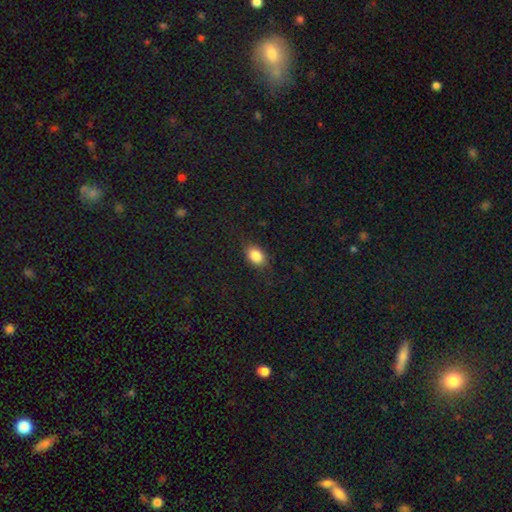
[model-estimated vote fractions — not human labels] The model was most divided on "how rounded": in between: 77%, round: 21%, cigar-shaped: 2%. More confident: smooth or featured — smooth (84%); merging — none (82%).